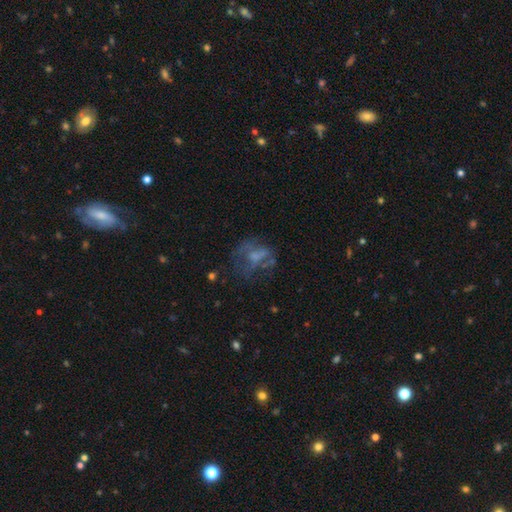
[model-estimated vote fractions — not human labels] featured or disk 48%, smooth 35%, star or artifact 17%. Down the decision tree: merging — none (39%).